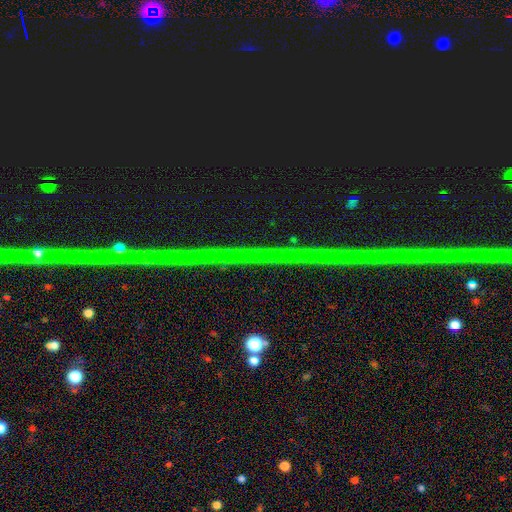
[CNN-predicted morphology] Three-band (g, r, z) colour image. It shows a star or artifact, not a galaxy (89%).